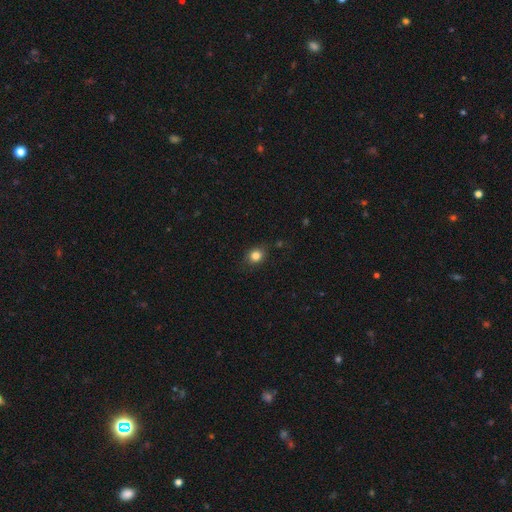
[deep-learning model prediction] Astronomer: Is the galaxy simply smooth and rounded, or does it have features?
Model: smooth — 83%.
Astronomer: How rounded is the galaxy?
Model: round — 69%.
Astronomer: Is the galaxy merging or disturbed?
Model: none — 82%.